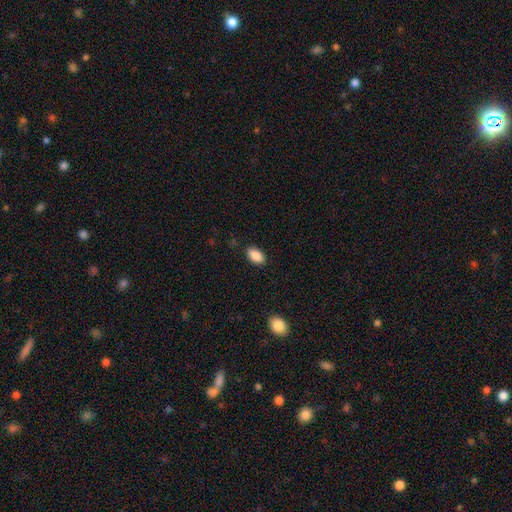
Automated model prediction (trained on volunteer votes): A smooth galaxy with no disk features (87%) that is in between round and cigar-shaped (92%).

Vote fractions:
- Smooth or featured? smooth: 87% / star or artifact: 8% / featured or disk: 5%
- How rounded? in between: 92% / round: 5% / cigar-shaped: 3%
- Merging? none: 87% / minor disturbance: 10% / major disturbance: 2% / merger: 1%